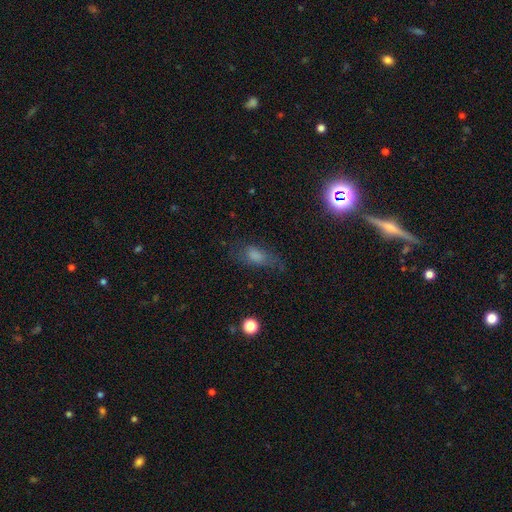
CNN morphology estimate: type=smooth (65%); roundness=in between (77%); merging=none (55%).